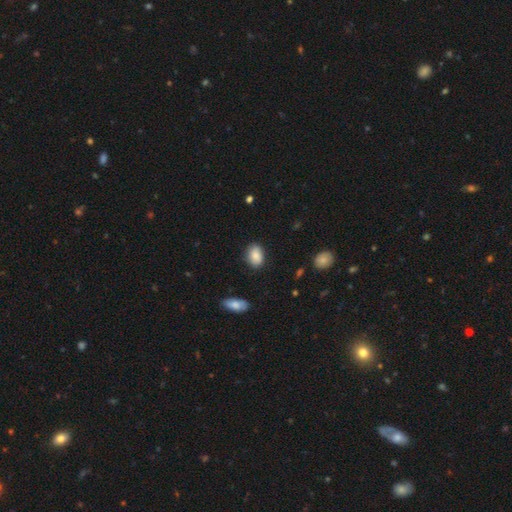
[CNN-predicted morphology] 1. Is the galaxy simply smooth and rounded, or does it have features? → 87% smooth, 7% star or artifact, 6% featured or disk.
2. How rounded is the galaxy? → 85% in between, 14% round, 1% cigar-shaped.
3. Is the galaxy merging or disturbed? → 81% none, 14% minor disturbance, 3% major disturbance, 2% merger.